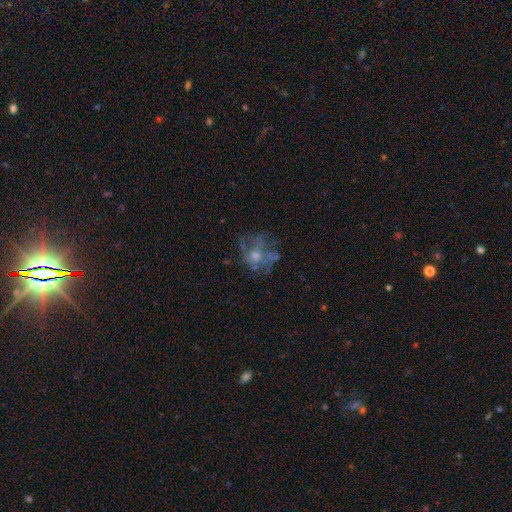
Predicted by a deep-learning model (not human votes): This appears to be a featured or disk galaxy (58%) with no bar (87%), no spiral arms (66%) and a moderate central bulge (52%). Merging: none (58%).